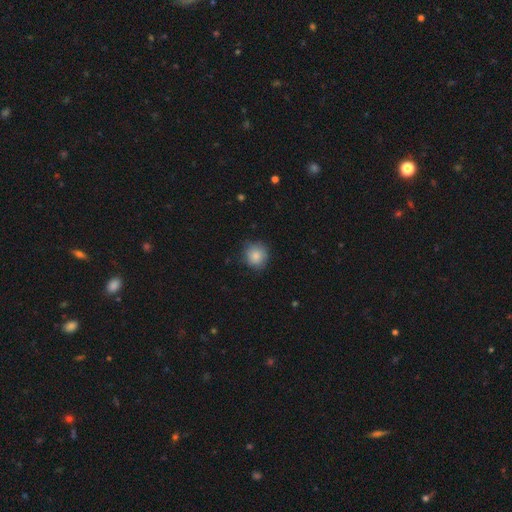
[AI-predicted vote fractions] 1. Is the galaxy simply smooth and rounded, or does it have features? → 84% smooth, 9% star or artifact, 7% featured or disk.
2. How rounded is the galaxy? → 90% round, 9% in between, 1% cigar-shaped.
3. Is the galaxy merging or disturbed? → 78% none, 18% minor disturbance, 4% major disturbance, 1% merger.